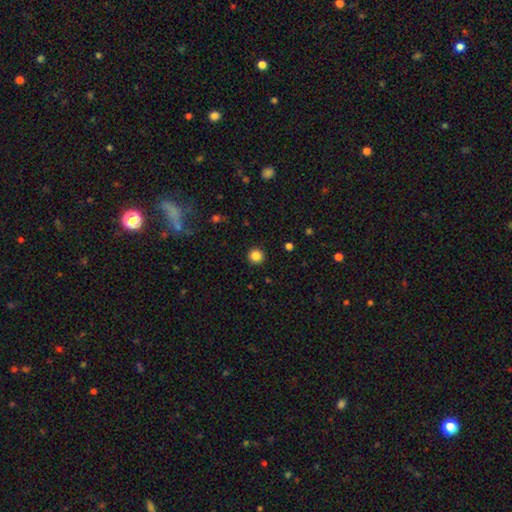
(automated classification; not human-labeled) Smooth or featured? smooth (85%)
How rounded? round (95%)
Merging? none (93%)